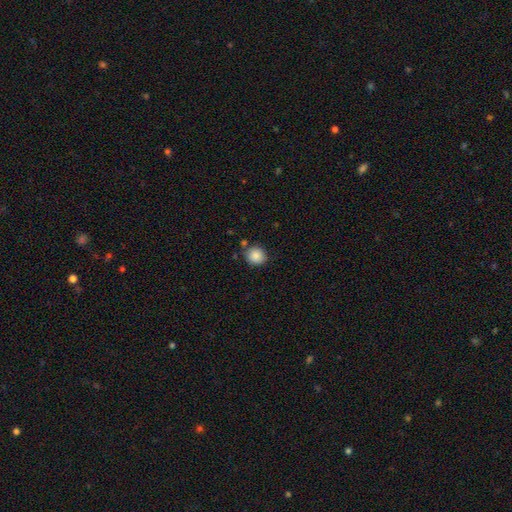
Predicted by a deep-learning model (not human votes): Morphology: type=smooth (87%); roundness=round (89%); merging=none (81%).